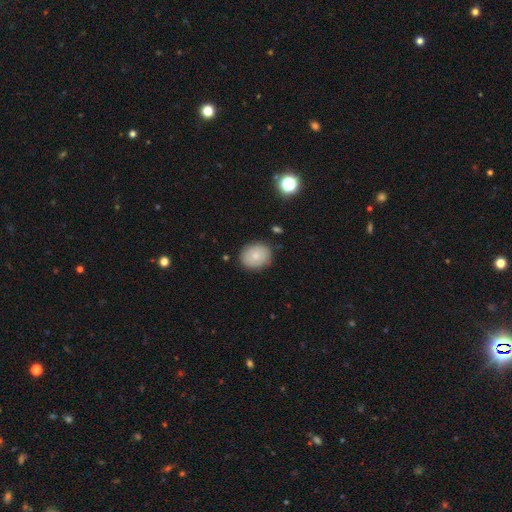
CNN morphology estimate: This appears to be a smooth galaxy with no disk features (74%) that is round (55%). Merging: none (83%).